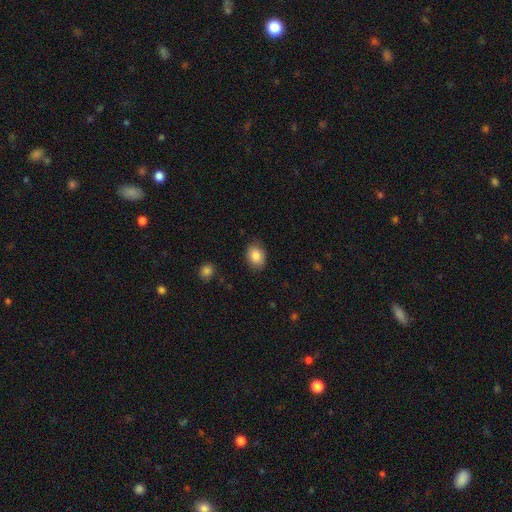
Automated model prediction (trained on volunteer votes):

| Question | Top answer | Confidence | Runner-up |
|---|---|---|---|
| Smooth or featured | smooth | 85% | star or artifact (8%) |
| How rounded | in between | 70% | round (29%) |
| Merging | none | 86% | minor disturbance (11%) |